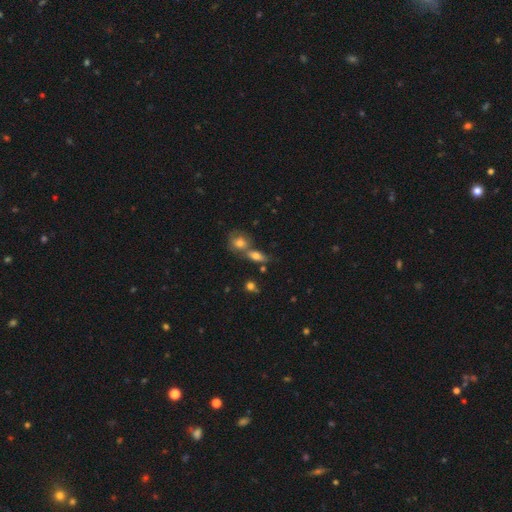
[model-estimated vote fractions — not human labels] This is likely a smooth galaxy (67%). How rounded: likely in between (68%). Merging: possibly none (46%).